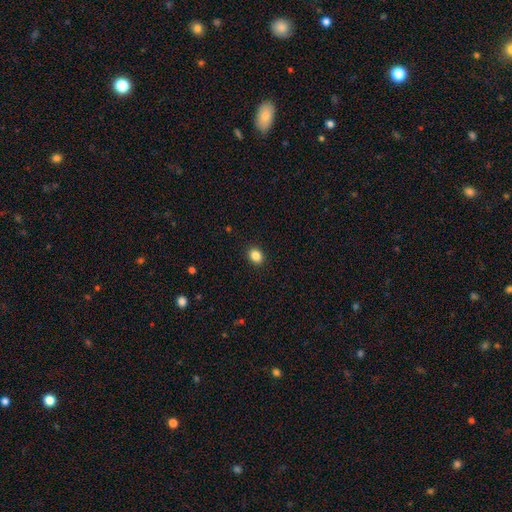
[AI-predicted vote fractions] smooth 86%, star or artifact 10%, featured or disk 4%. Down the decision tree: how rounded — in between (50%); merging — none (91%).